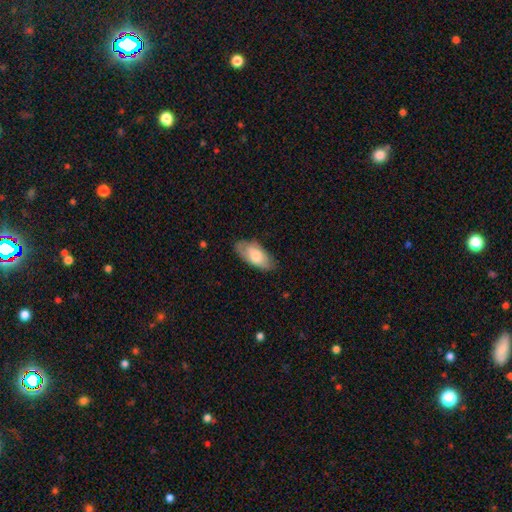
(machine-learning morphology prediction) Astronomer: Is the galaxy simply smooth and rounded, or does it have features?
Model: smooth — 70%.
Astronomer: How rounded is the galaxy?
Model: in between — 91%.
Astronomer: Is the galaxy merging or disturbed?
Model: none — 69%.